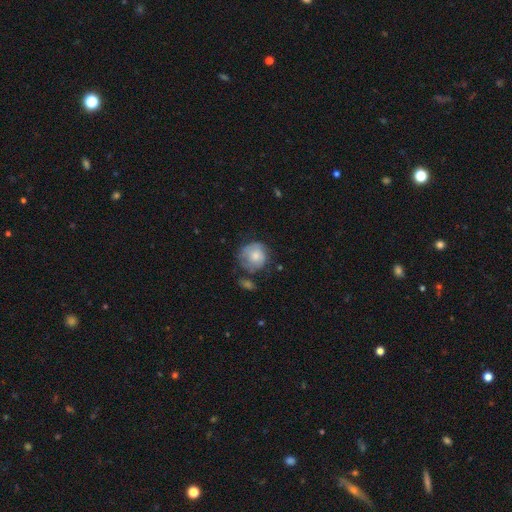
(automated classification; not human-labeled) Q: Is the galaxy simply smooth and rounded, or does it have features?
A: smooth — 58%.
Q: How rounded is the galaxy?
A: round — 86%.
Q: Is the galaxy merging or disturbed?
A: none — 54%.